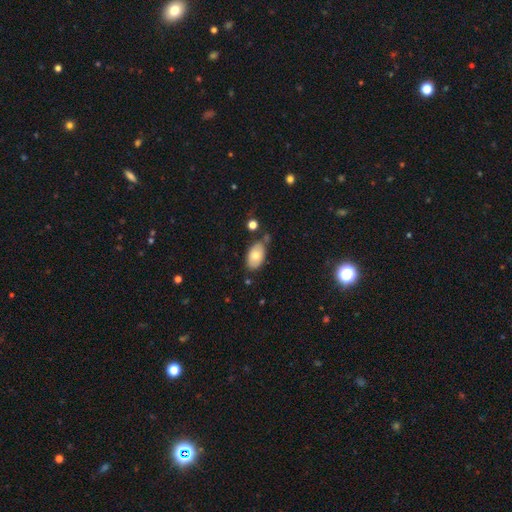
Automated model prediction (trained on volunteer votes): The model was most divided on "merging": none: 66%, minor disturbance: 20%, merger: 10%, major disturbance: 5%. More confident: how rounded — in between (93%); smooth or featured — smooth (73%).